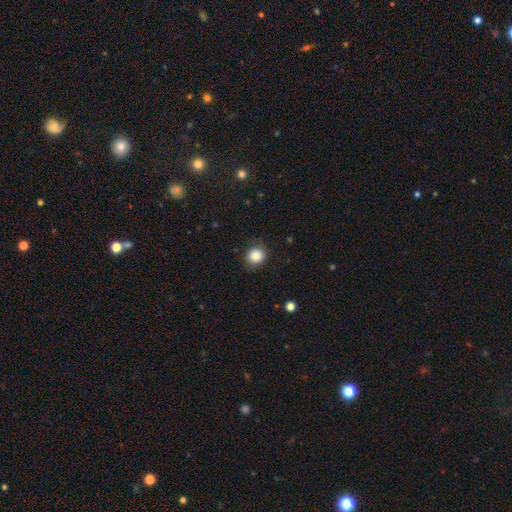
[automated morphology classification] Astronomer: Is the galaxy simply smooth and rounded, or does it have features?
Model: smooth — 85%.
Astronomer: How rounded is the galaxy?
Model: round — 84%.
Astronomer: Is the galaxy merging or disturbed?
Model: none — 86%.